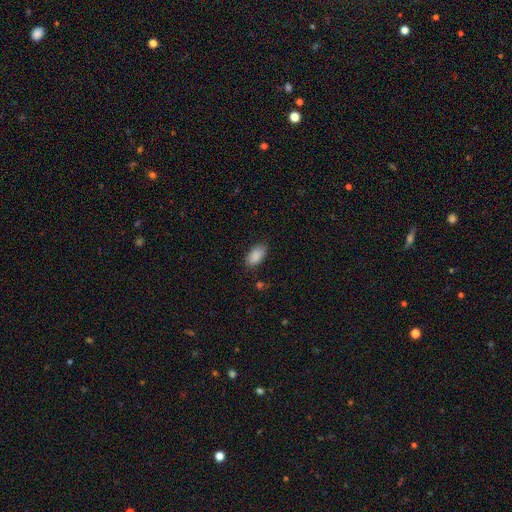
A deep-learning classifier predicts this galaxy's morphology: smooth_or_featured: smooth (p=0.89) [alt: star or artifact p=0.07]
how_rounded: in between (p=0.93) [alt: round p=0.04]
merging: none (p=0.79) [alt: minor disturbance p=0.16]